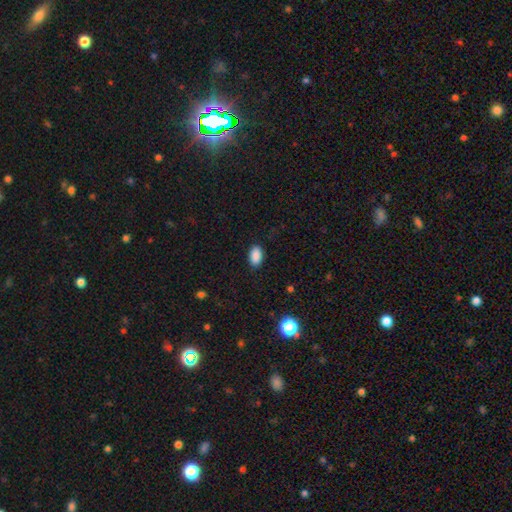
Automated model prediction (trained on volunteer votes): A smooth galaxy with no disk features (89%) that is in between round and cigar-shaped (93%). Merging: none (88%).